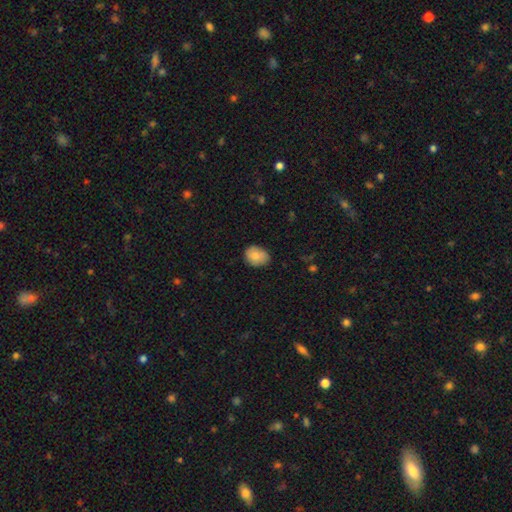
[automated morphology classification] smooth_or_featured: smooth (p=0.83) [alt: featured or disk p=0.10]
how_rounded: in between (p=0.61) [alt: round p=0.38]
merging: none (p=0.78) [alt: minor disturbance p=0.18]